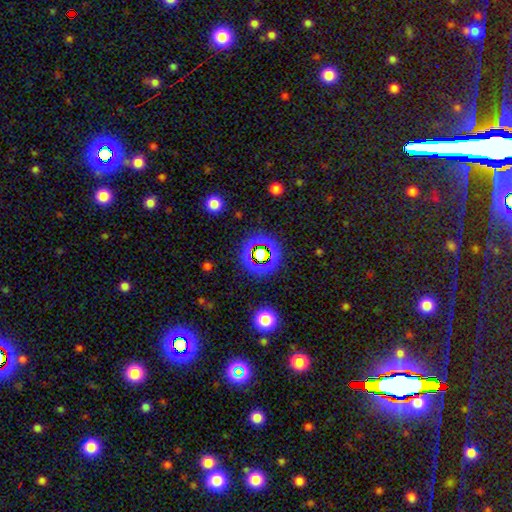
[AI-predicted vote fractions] Smooth or featured?
  - star or artifact: 62% *
  - featured or disk: 20%
  - smooth: 19%